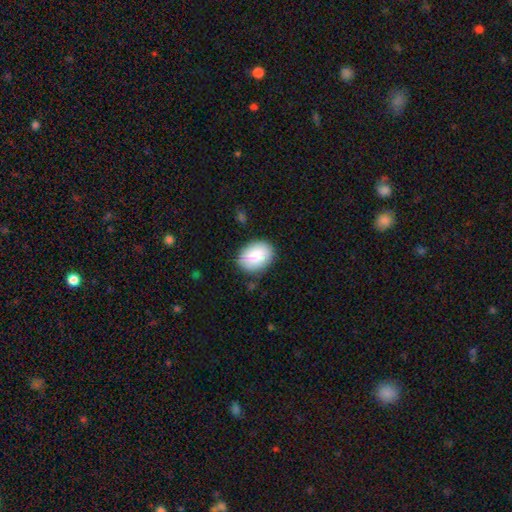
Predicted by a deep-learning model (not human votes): A smooth galaxy with no disk features (86%) that is in between round and cigar-shaped (71%). Merging: none (83%).